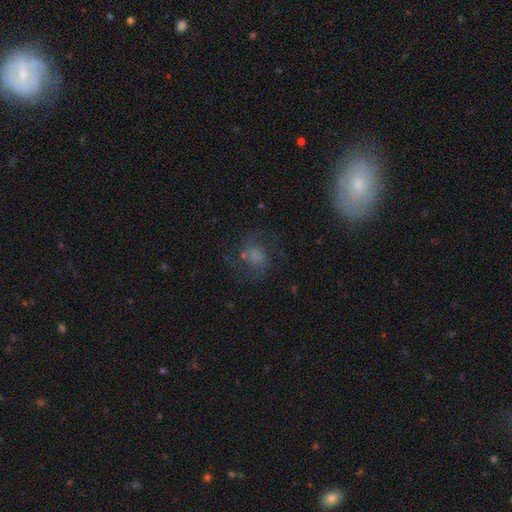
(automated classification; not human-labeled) featured or disk 43%, smooth 38%, star or artifact 19%. Down the decision tree: merging — none (61%).